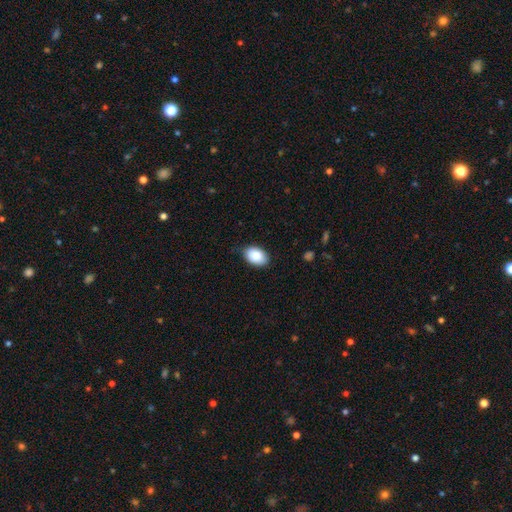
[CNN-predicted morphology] The model was most divided on "merging": none: 79%, minor disturbance: 17%, major disturbance: 3%, merger: 1%. More confident: how rounded — in between (87%); smooth or featured — smooth (87%).